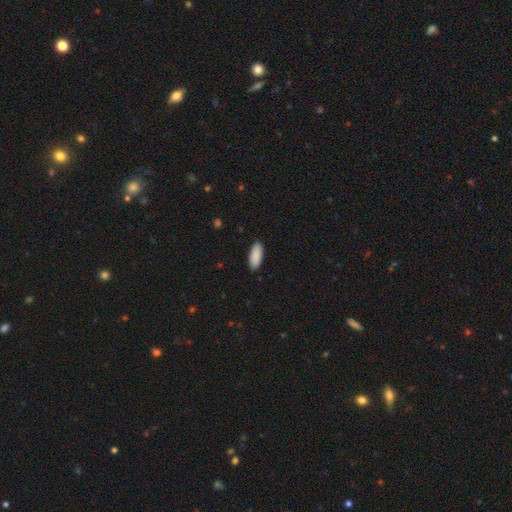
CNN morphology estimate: Smooth or featured: smooth — 91% (star or artifact — 6%)
How rounded: in between — 78% (cigar-shaped — 21%)
Merging: none — 90% (minor disturbance — 7%)